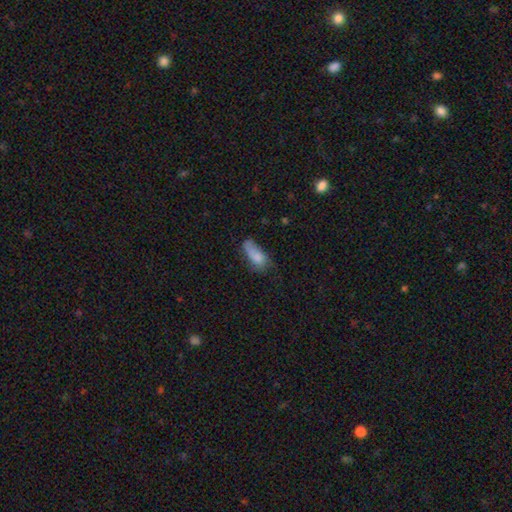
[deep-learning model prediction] smooth-or-featured: smooth: 75% | featured or disk: 16% | star or artifact: 9%
  how-rounded: in between: 84% | cigar-shaped: 12% | round: 4%
  merging: none: 35% | minor disturbance: 33% | major disturbance: 26% | merger: 7%